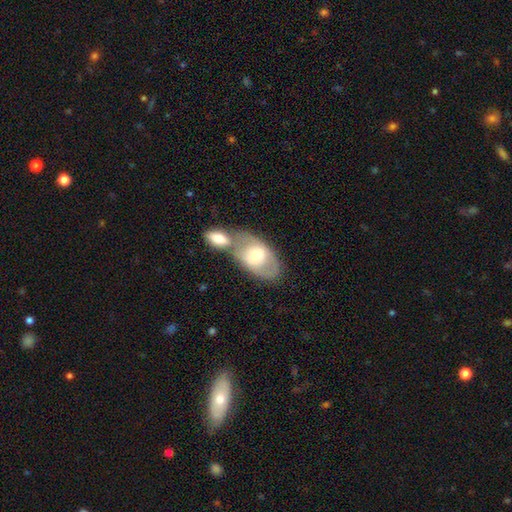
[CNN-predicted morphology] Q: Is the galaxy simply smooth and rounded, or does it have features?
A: smooth — 52%.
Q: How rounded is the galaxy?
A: in between — 88%.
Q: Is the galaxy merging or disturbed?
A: merger — 50%.